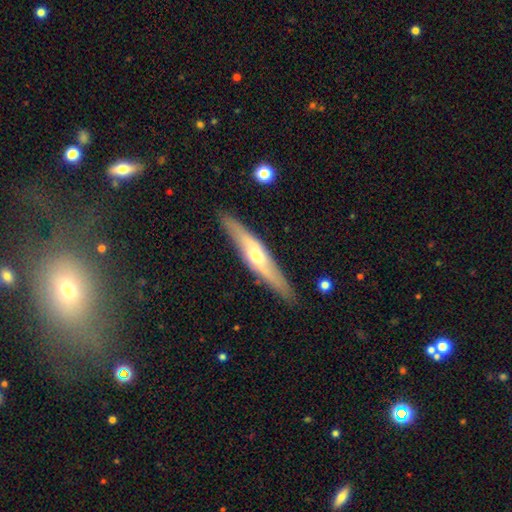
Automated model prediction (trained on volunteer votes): Smooth or featured: featured or disk — 62% (smooth — 33%)
Edge-on disk: yes — 79% (no — 21%)
Merging: none — 87% (minor disturbance — 9%)